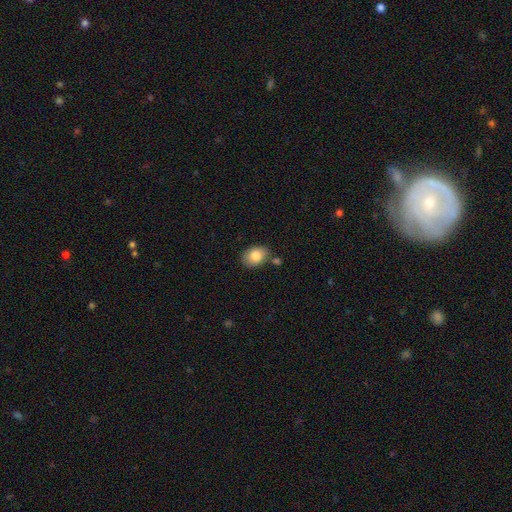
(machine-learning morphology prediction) Smooth or featured? smooth (83%)
How rounded? in between (73%)
Merging? none (72%)